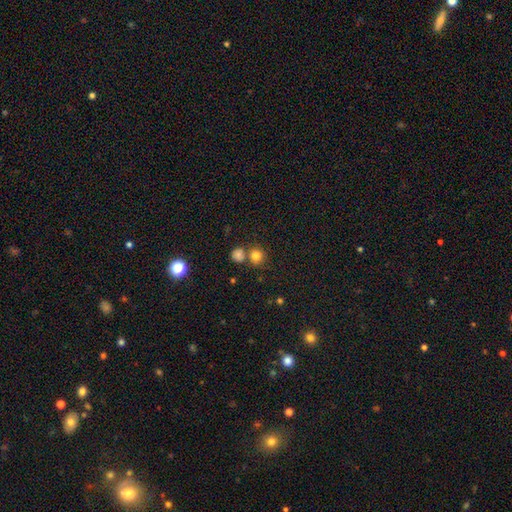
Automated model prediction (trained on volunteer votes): A smooth galaxy with no disk features (80%) that is round (88%). Merging: none (65%).